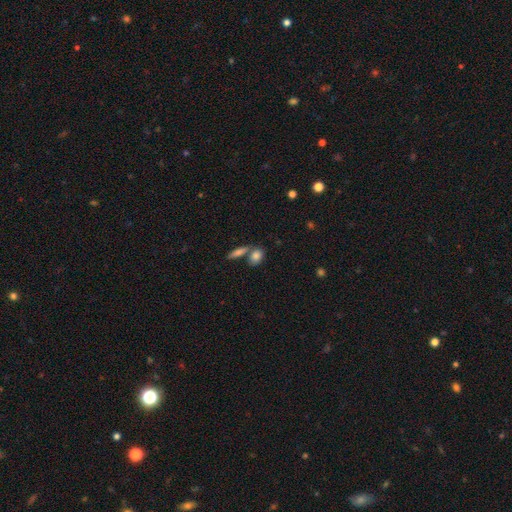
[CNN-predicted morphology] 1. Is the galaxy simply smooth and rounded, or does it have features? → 82% smooth, 10% featured or disk, 8% star or artifact.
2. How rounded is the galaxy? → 76% in between, 17% round, 7% cigar-shaped.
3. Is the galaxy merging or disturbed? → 53% none, 33% merger, 11% minor disturbance, 4% major disturbance.